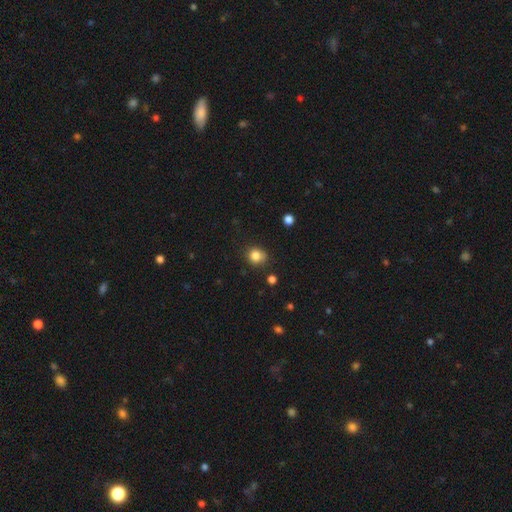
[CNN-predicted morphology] This appears to be a smooth galaxy with no disk features (83%) that is round (79%). Merging: none (74%).